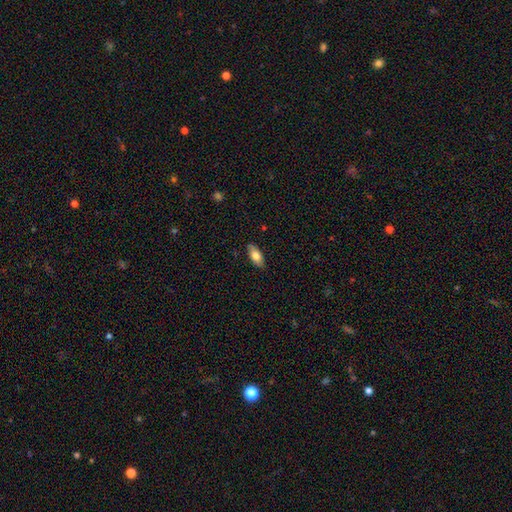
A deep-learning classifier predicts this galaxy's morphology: Smooth or featured?
  - smooth: 76% *
  - featured or disk: 18%
  - star or artifact: 6%
How rounded?
  - in between: 84% *
  - cigar-shaped: 13%
  - round: 3%
Merging?
  - none: 87% *
  - minor disturbance: 10%
  - major disturbance: 2%
  - merger: 1%